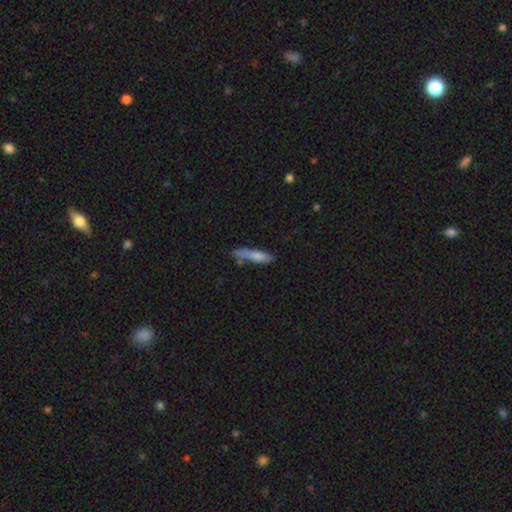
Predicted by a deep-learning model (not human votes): Q: Smooth or featured?
A: smooth (74%); runner-up: featured or disk (19%)
Q: How rounded?
A: cigar-shaped (81%); runner-up: in between (17%)
Q: Merging?
A: none (58%); runner-up: minor disturbance (24%)